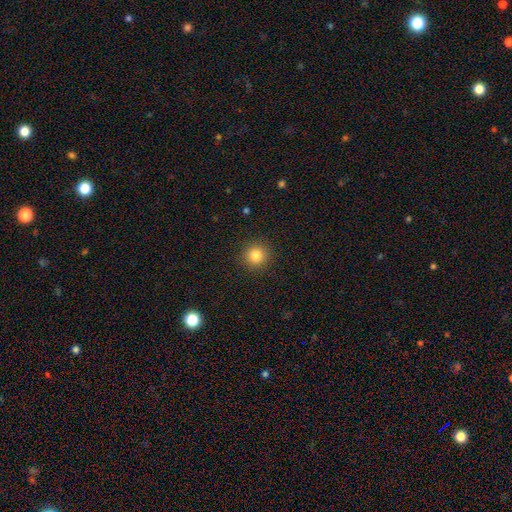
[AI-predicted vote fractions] Smooth or featured? Predicted: smooth (p=0.82). How rounded? Predicted: round (p=0.94). Merging? Predicted: none (p=0.91).